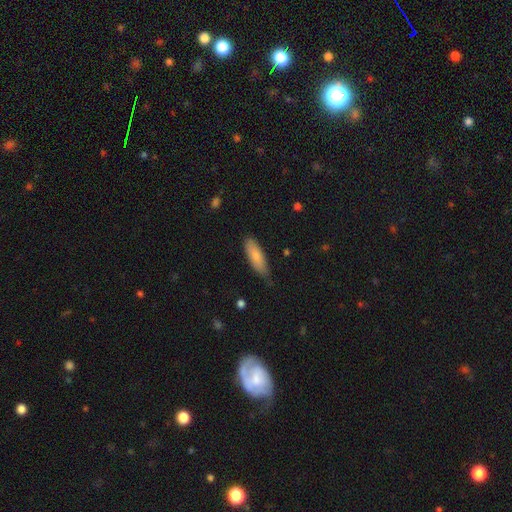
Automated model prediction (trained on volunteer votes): Smooth or featured?
  - smooth: 81% *
  - featured or disk: 14%
  - star or artifact: 5%
How rounded?
  - in between: 50% *
  - cigar-shaped: 48%
  - round: 2%
Merging?
  - none: 69% *
  - minor disturbance: 26%
  - major disturbance: 3%
  - merger: 2%